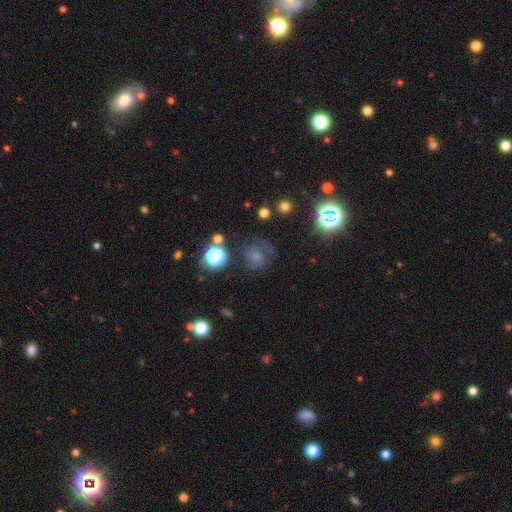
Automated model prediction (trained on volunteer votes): Morphology: type=smooth (54%); roundness=round (82%); merging=none (58%).